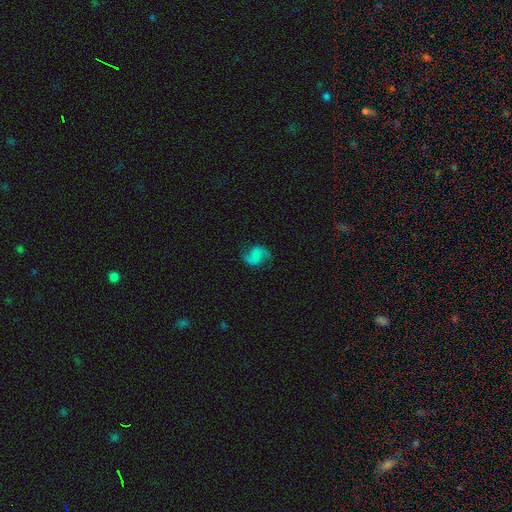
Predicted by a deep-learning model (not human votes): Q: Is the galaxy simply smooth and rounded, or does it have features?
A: featured or disk — 65%.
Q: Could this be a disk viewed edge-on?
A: no — 98%.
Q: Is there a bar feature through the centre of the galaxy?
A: no — 61%.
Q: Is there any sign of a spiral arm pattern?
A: yes — 94%.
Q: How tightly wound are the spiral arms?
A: loose — 58%.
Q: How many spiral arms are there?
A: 2 — 91%.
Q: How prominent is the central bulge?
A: none — 67%.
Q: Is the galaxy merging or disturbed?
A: none — 72%.